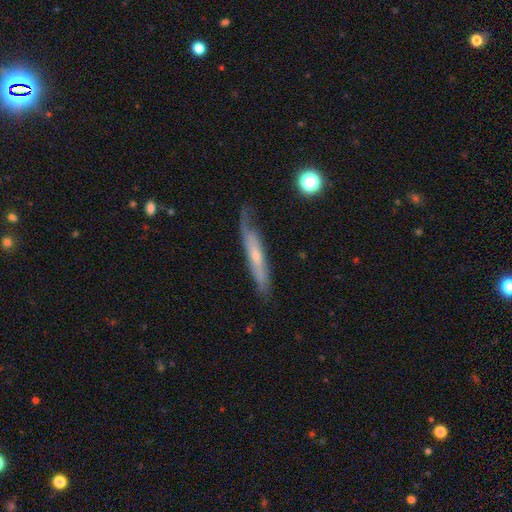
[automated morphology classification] featured or disk 58%, smooth 36%, star or artifact 6%. Down the decision tree: edge-on disk — yes (67%); merging — none (60%).